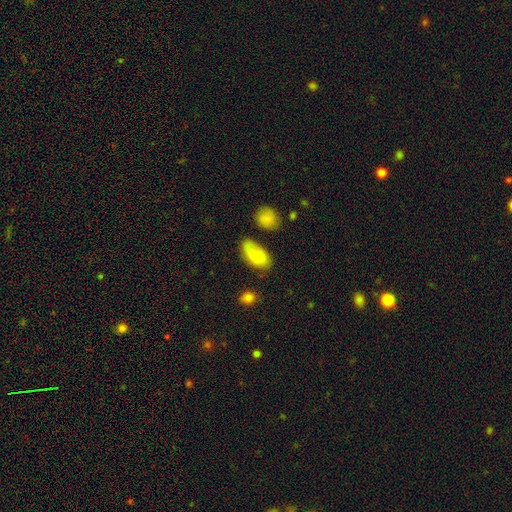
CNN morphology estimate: Overall: smooth (82%). How rounded: in between (92%). Merging: none (60%; minor disturbance 25%).